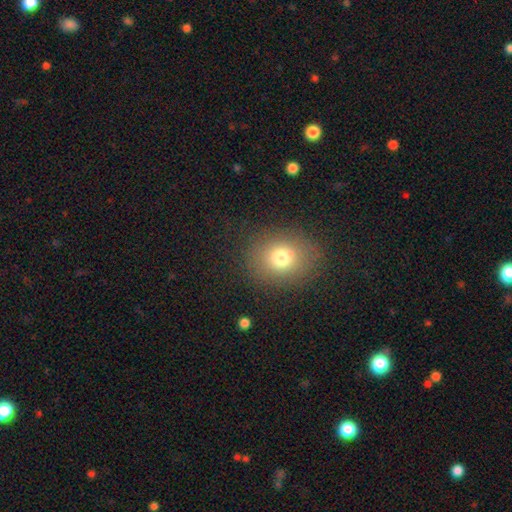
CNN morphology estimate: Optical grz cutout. It shows a smooth galaxy with no disk features (74%) that is round (59%). Merging: none (90%).